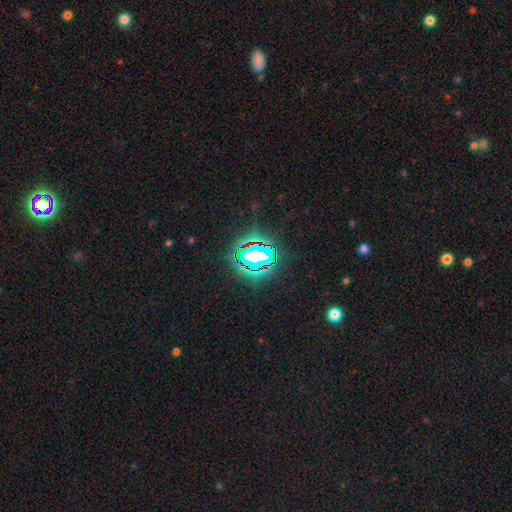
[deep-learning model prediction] This appears to be a star or artifact, not a galaxy (72%).